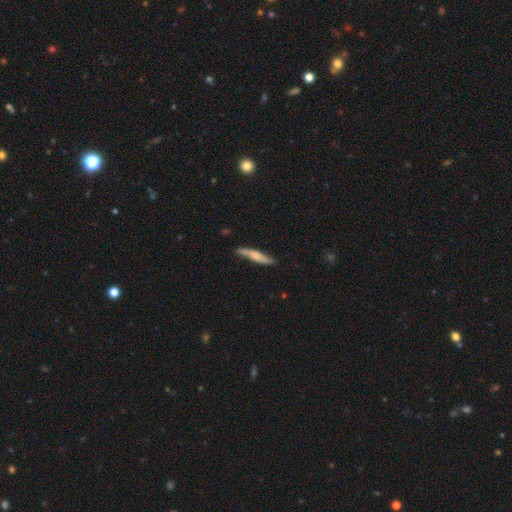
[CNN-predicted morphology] smooth_or_featured: smooth (p=0.59) [alt: featured or disk p=0.36]
how_rounded: cigar-shaped (p=0.90) [alt: in between p=0.09]
merging: none (p=0.78) [alt: minor disturbance p=0.18]